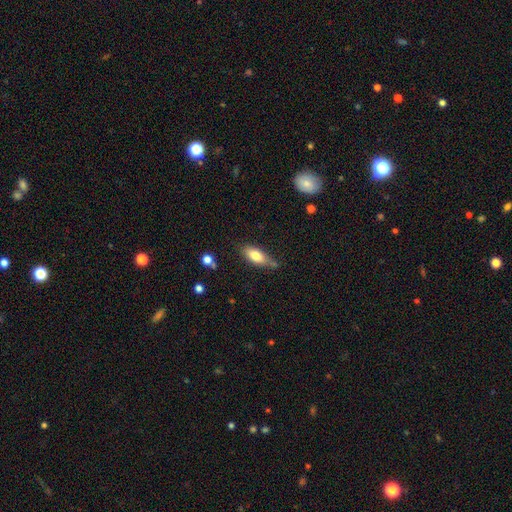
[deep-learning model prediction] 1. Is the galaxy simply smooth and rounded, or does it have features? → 75% smooth, 18% featured or disk, 7% star or artifact.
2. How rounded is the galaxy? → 79% in between, 18% cigar-shaped, 3% round.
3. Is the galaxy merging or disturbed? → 61% none, 26% minor disturbance, 7% merger, 6% major disturbance.